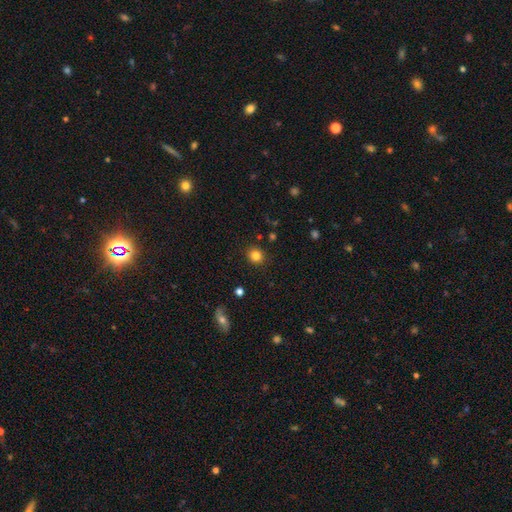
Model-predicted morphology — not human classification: Smooth or featured? smooth (82%)
How rounded? round (84%)
Merging? none (90%)